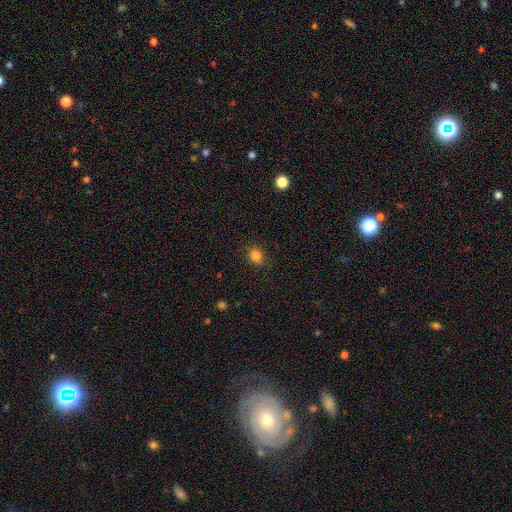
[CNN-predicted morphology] This appears to be a smooth galaxy with no disk features (84%) that is round (66%). Merging: none (87%).